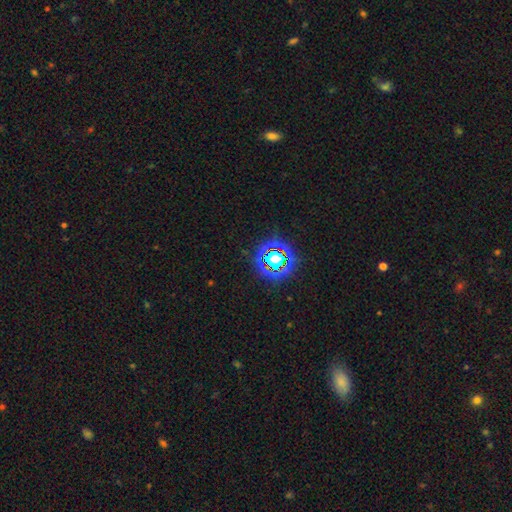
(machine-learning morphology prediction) star or artifact 77%, smooth 14%, featured or disk 8%.